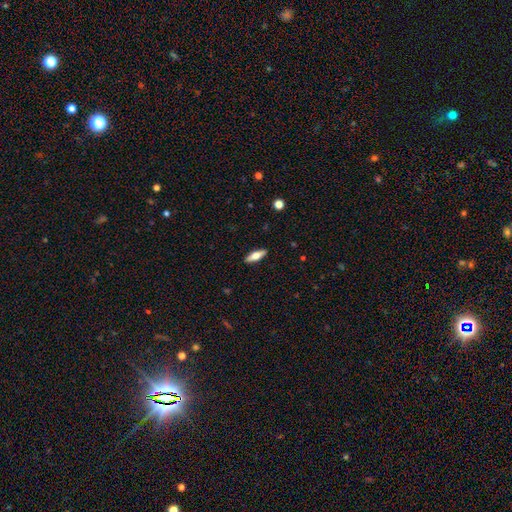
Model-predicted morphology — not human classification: smooth_or_featured: smooth (p=0.54) [alt: featured or disk p=0.40]
how_rounded: in between (p=0.53) [alt: cigar-shaped p=0.44]
merging: none (p=0.90) [alt: minor disturbance p=0.07]